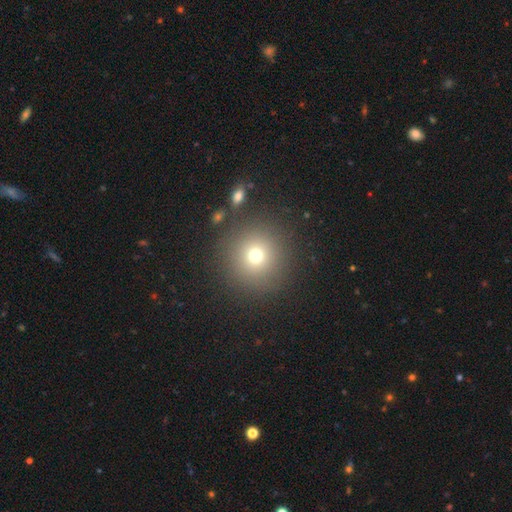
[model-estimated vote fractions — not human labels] Smooth or featured?
  - smooth: 71% *
  - star or artifact: 18%
  - featured or disk: 11%
How rounded?
  - round: 94% *
  - in between: 5%
  - cigar-shaped: 1%
Merging?
  - none: 85% *
  - minor disturbance: 7%
  - major disturbance: 4%
  - merger: 4%